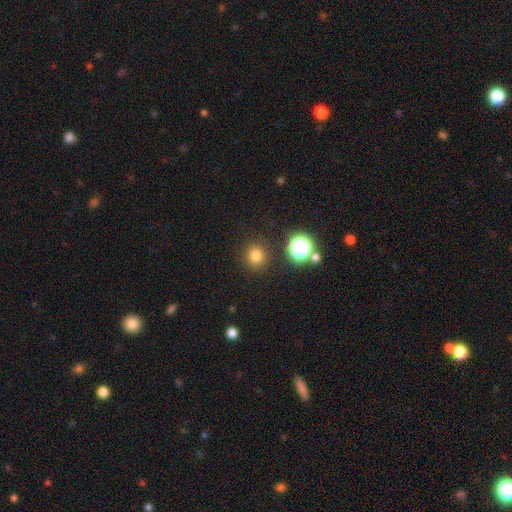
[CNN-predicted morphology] smooth_or_featured: smooth (p=0.77) [alt: star or artifact p=0.17]
how_rounded: round (p=0.88) [alt: in between p=0.11]
merging: none (p=0.88) [alt: minor disturbance p=0.07]